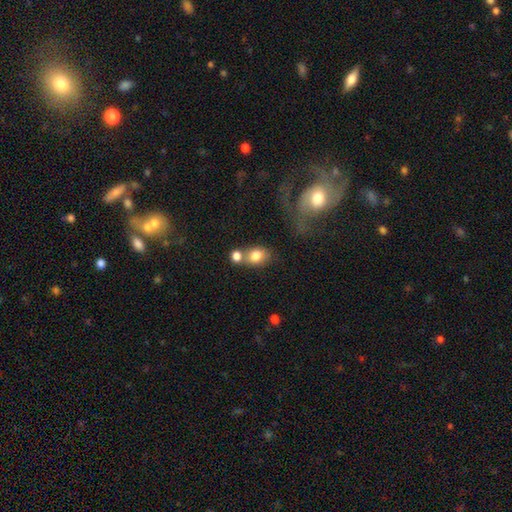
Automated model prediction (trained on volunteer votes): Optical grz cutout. It shows a smooth galaxy with no disk features (80%) that is in between round and cigar-shaped (57%). Merging: none (47%).